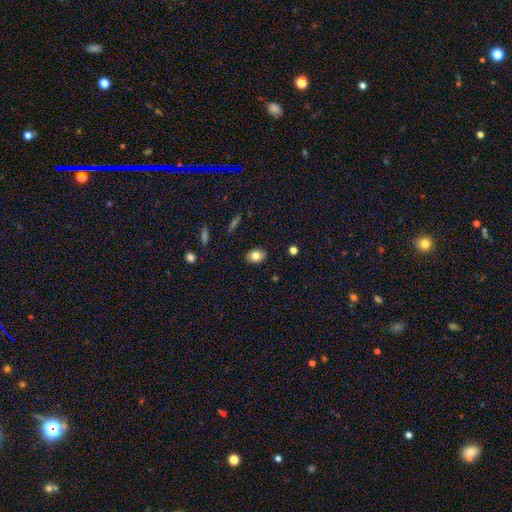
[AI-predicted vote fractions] smooth_or_featured: smooth (p=0.80) [alt: featured or disk p=0.11]
how_rounded: in between (p=0.80) [alt: round p=0.19]
merging: none (p=0.88) [alt: minor disturbance p=0.09]